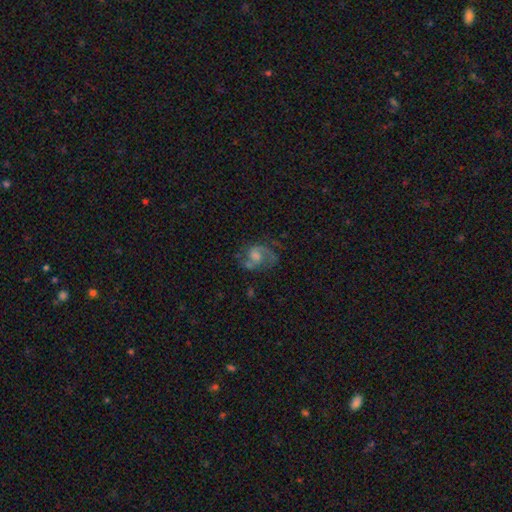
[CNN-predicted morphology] Smooth or featured? Predicted: featured or disk (p=0.65). Edge-on disk? Predicted: no (p=0.97). Bar? Predicted: no (p=0.56). Spiral arms? Predicted: yes (p=0.85). Spiral winding? Predicted: medium (p=0.49). Spiral arm count? Predicted: 2 (p=0.72). Bulge size? Predicted: moderate (p=0.44). Merging? Predicted: none (p=0.54).